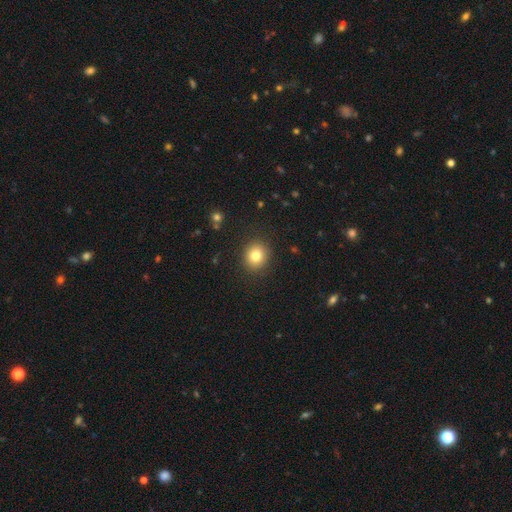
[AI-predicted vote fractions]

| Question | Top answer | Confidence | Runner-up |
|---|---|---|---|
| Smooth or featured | smooth | 80% | star or artifact (11%) |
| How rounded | round | 84% | in between (15%) |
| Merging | none | 90% | minor disturbance (7%) |